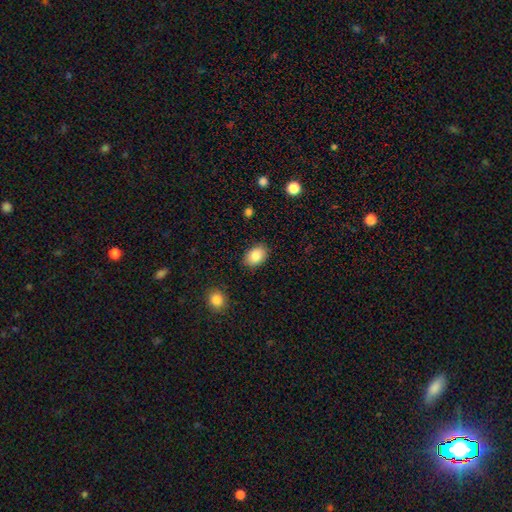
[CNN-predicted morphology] Smooth or featured? Predicted: smooth (p=0.85). How rounded? Predicted: in between (p=0.79). Merging? Predicted: none (p=0.86).